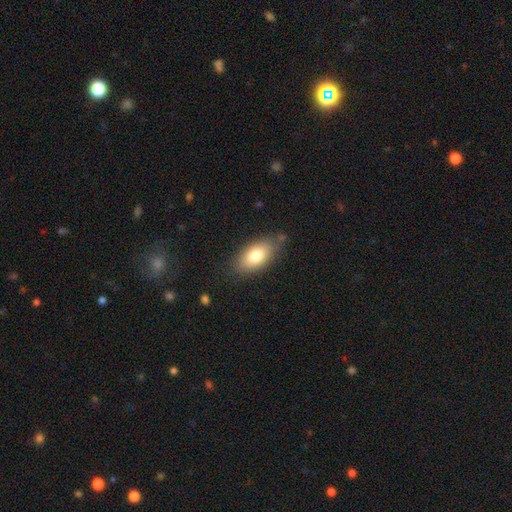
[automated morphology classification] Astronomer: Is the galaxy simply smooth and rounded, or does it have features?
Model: smooth — 78%.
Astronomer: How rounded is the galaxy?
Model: in between — 90%.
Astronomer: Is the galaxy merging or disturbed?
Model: none — 78%.